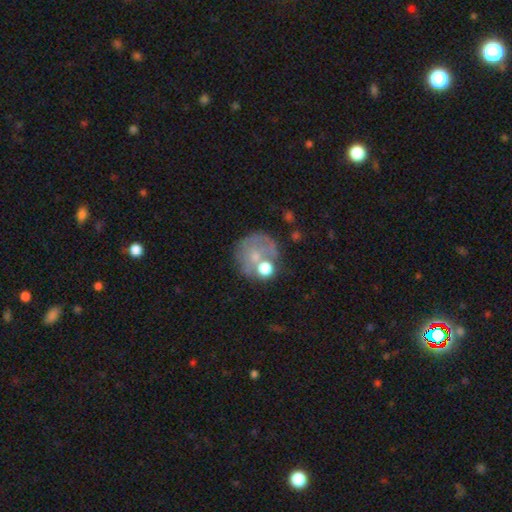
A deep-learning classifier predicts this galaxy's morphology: Smooth or featured? smooth (46%)
Merging? none (49%)